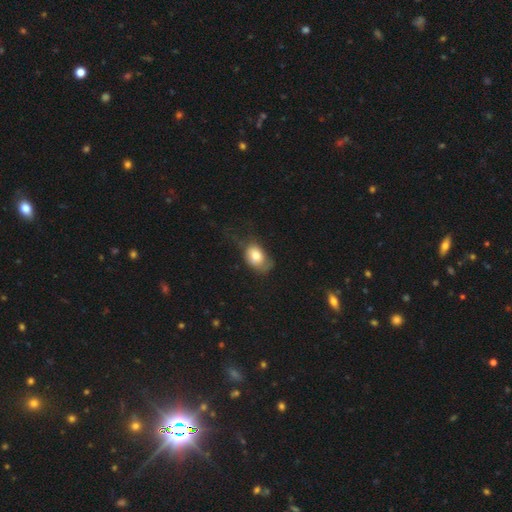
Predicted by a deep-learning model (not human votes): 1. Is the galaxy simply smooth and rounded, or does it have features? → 75% smooth, 17% featured or disk, 8% star or artifact.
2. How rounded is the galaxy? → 75% in between, 24% round, 1% cigar-shaped.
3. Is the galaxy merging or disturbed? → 37% none, 34% minor disturbance, 27% major disturbance, 2% merger.